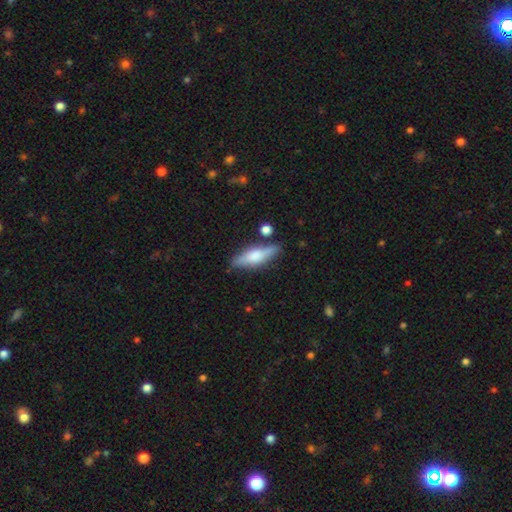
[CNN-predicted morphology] Smooth or featured?
  - smooth: 51% *
  - featured or disk: 42%
  - star or artifact: 7%
How rounded?
  - cigar-shaped: 59% *
  - in between: 38%
  - round: 3%
Merging?
  - none: 78% *
  - minor disturbance: 13%
  - merger: 6%
  - major disturbance: 3%